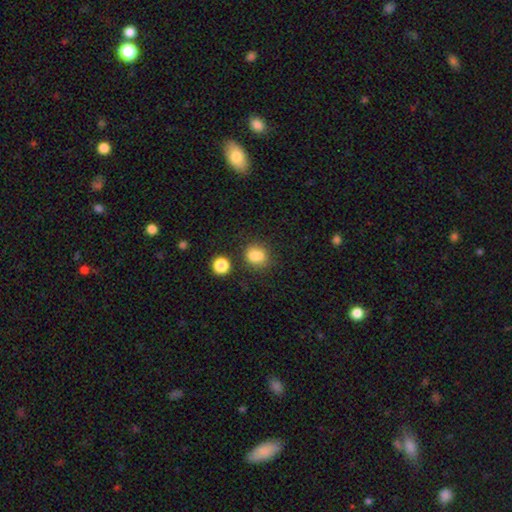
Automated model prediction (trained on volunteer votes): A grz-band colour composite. It shows a smooth galaxy with no disk features (79%) that is round (56%). Merging: none (59%).